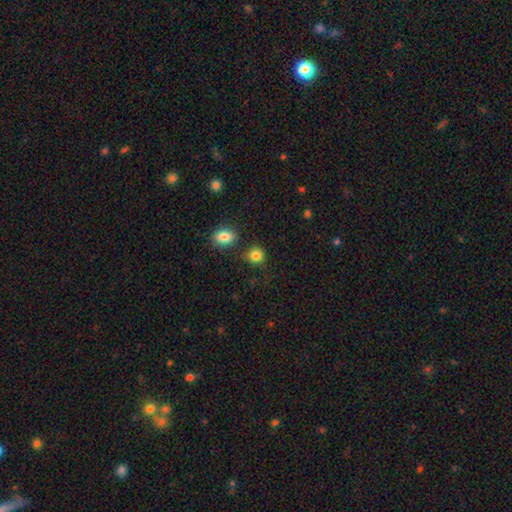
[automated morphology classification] This is clearly a smooth galaxy (84%). How rounded: clearly round (82%). Merging: likely none (79%).